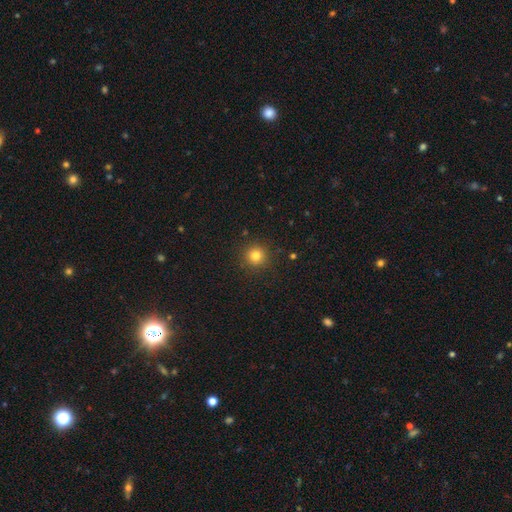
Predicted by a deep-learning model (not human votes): This is clearly a smooth galaxy (81%). How rounded: clearly round (94%). Merging: clearly none (90%).